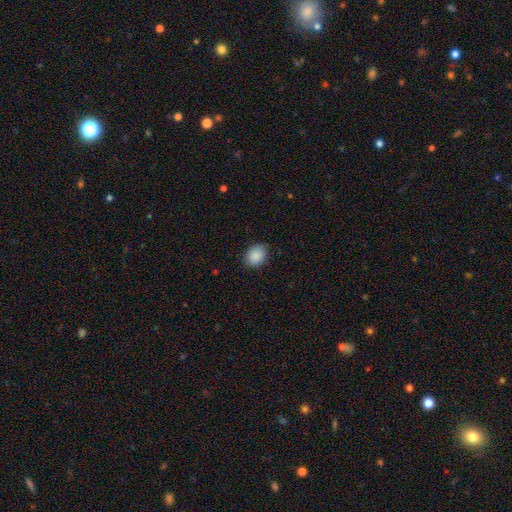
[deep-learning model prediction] smooth 89%, star or artifact 8%, featured or disk 3%. Down the decision tree: how rounded — in between (59%); merging — none (83%).